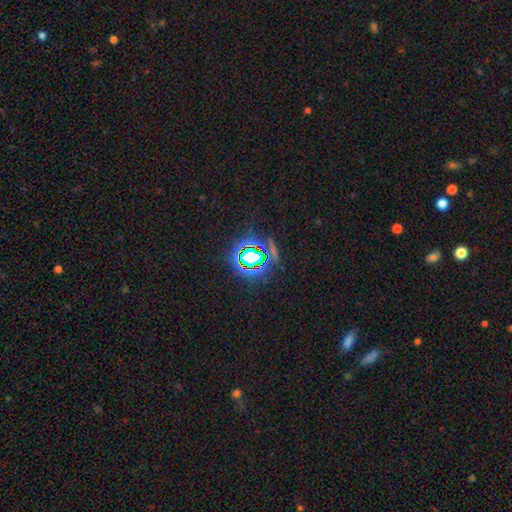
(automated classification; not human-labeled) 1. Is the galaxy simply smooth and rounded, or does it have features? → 72% star or artifact, 17% smooth, 10% featured or disk.